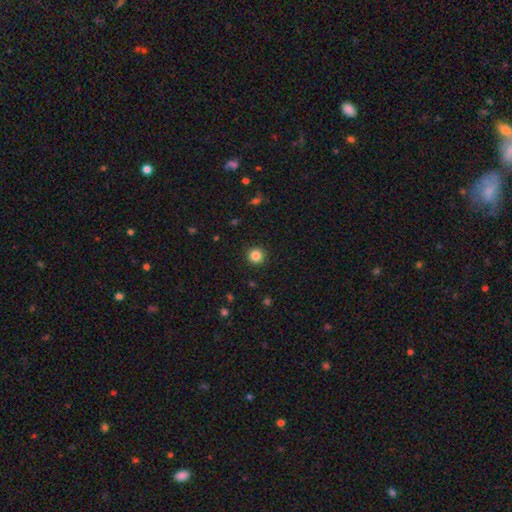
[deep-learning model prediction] A smooth galaxy with no disk features (85%) that is round (95%). Merging: none (92%).